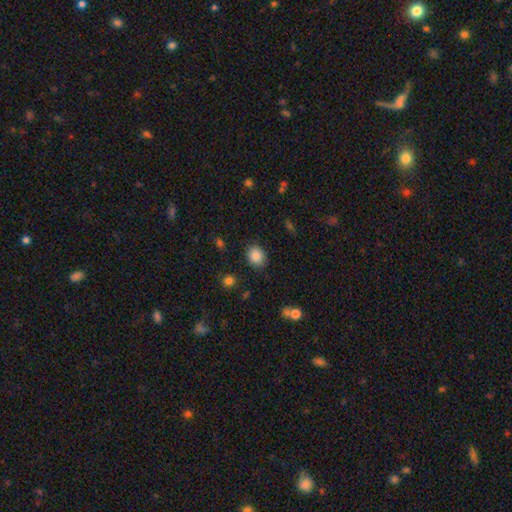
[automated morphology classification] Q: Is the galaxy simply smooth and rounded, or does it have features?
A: smooth — 85%.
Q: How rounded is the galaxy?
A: round — 64%.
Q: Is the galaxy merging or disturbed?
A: none — 86%.